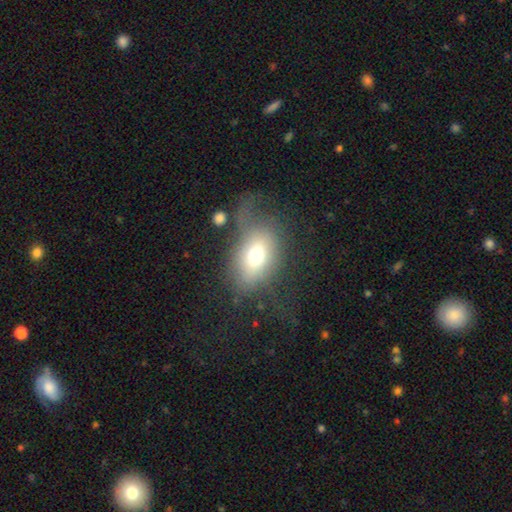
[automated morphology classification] Q: Smooth or featured?
A: smooth (66%); runner-up: featured or disk (24%)
Q: How rounded?
A: in between (77%); runner-up: round (21%)
Q: Merging?
A: none (39%); runner-up: major disturbance (36%)